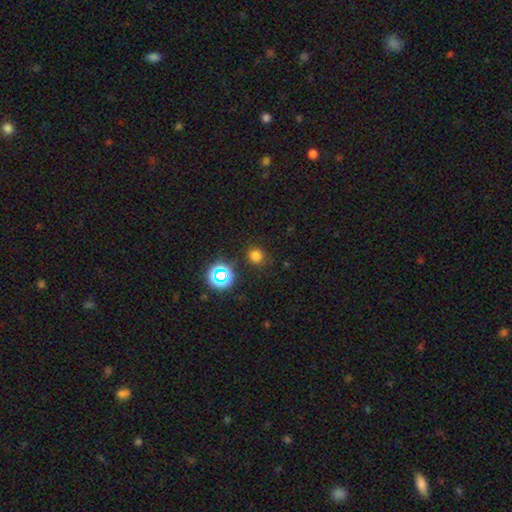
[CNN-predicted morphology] The model was most divided on "smooth or featured": smooth: 73%, star or artifact: 22%, featured or disk: 5%. More confident: merging — none (84%); how rounded — round (82%).